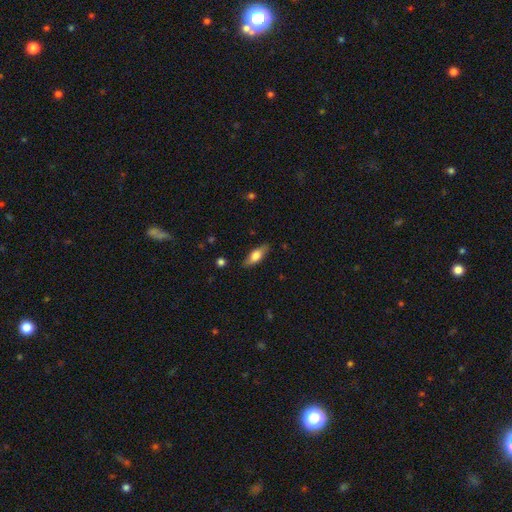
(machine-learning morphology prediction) The model was most divided on "smooth or featured": smooth: 64%, featured or disk: 30%, star or artifact: 7%. More confident: merging — none (83%); how rounded — in between (67%).